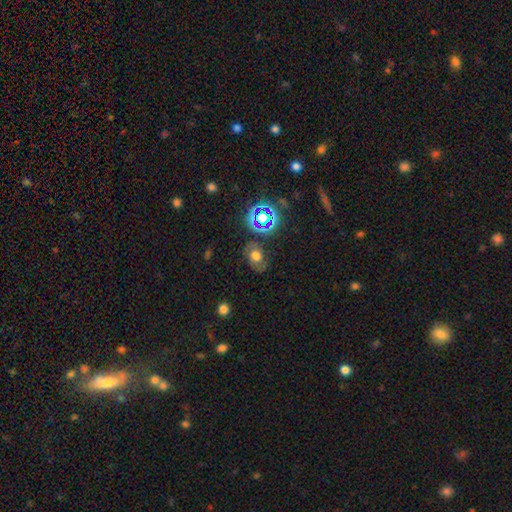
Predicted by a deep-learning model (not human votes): smooth_or_featured: smooth (p=0.40) [alt: featured or disk p=0.35]
merging: none (p=0.68) [alt: minor disturbance p=0.19]